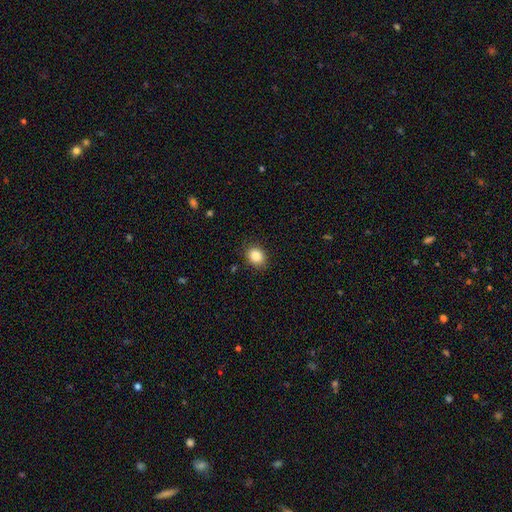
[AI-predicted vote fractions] Morphology: type=smooth (86%); roundness=round (51%); merging=none (85%).